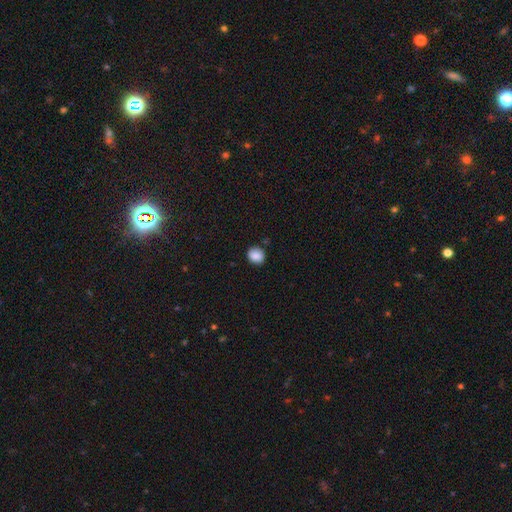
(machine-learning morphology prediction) Smooth or featured?
  - smooth: 88% *
  - star or artifact: 9%
  - featured or disk: 3%
How rounded?
  - round: 73% *
  - in between: 26%
  - cigar-shaped: 1%
Merging?
  - none: 84% *
  - minor disturbance: 11%
  - major disturbance: 3%
  - merger: 2%